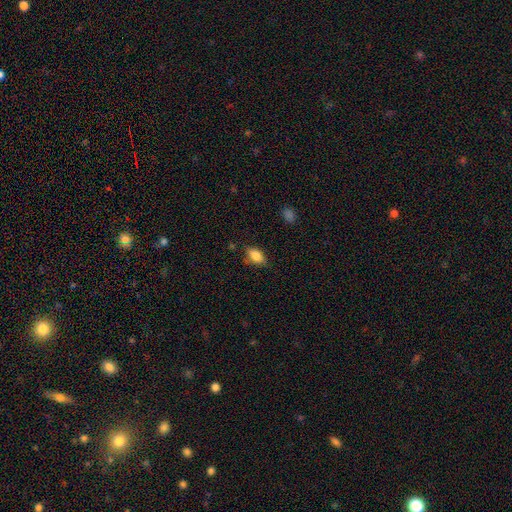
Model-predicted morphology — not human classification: smooth-or-featured: smooth: 85% | star or artifact: 8% | featured or disk: 7%
  how-rounded: in between: 88% | round: 6% | cigar-shaped: 5%
  merging: none: 76% | minor disturbance: 18% | major disturbance: 4% | merger: 2%